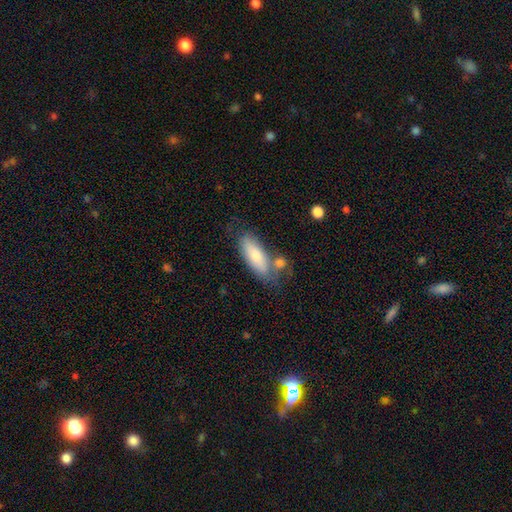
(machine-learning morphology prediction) Smooth or featured: smooth — 70% (featured or disk — 24%)
How rounded: in between — 68% (cigar-shaped — 30%)
Merging: none — 52% (minor disturbance — 20%)